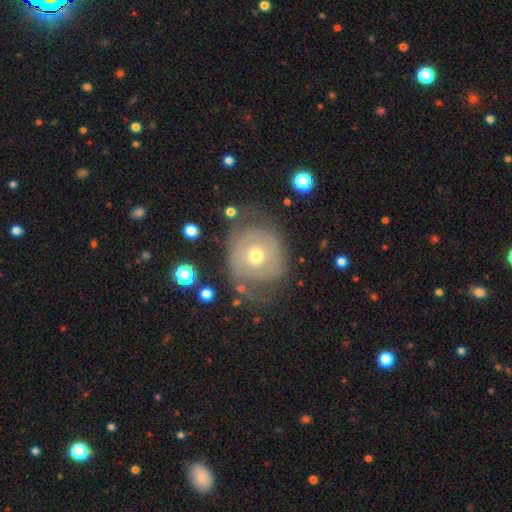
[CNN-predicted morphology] Smooth or featured? featured or disk (63%)
Edge-on disk? no (96%)
Bar? no (81%)
Spiral arms? yes (59%)
Bulge size? moderate (62%)
Merging? none (56%)